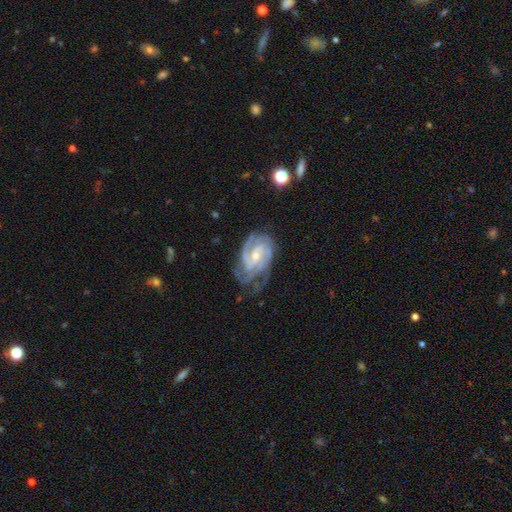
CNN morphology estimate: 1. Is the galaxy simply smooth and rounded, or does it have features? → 89% featured or disk, 5% smooth, 5% star or artifact.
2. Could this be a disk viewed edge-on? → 97% no, 3% yes.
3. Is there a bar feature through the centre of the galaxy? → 49% weak, 31% no, 21% strong.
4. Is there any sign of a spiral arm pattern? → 98% yes, 2% no.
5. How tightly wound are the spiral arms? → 61% tight, 34% medium, 6% loose.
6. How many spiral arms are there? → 32% 3, 30% 2, 16% can't tell, 13% 4, 5% 1, 5% more than 4.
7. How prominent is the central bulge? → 53% small, 42% moderate, 3% none, 2% large, 1% dominant.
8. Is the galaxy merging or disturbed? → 62% none, 24% minor disturbance, 12% major disturbance, 2% merger.